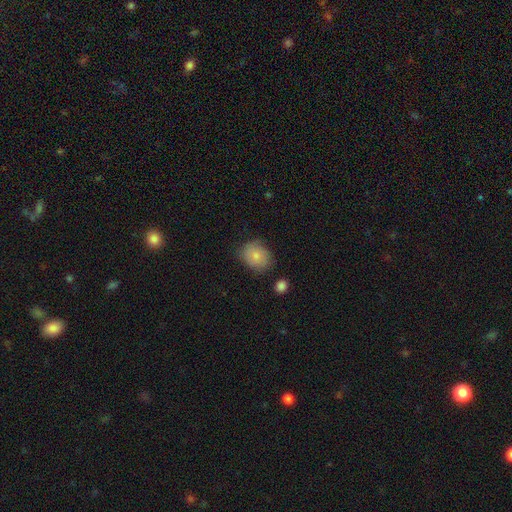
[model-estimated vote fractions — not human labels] This appears to be a smooth galaxy with no disk features (81%) that is round (61%). Merging: none (73%).